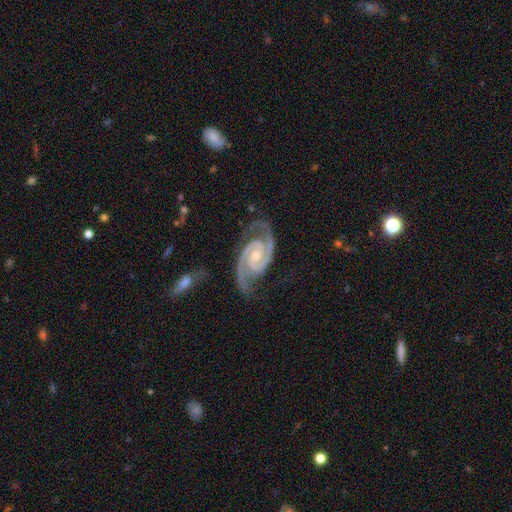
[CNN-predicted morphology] featured or disk 94%, star or artifact 4%, smooth 2%. Down the decision tree: edge-on disk — no (98%); bar — no (50%); spiral arms — yes (99%); spiral arm count — 2 (94%); spiral winding — tight (53%); bulge size — small (58%); merging — none (78%).